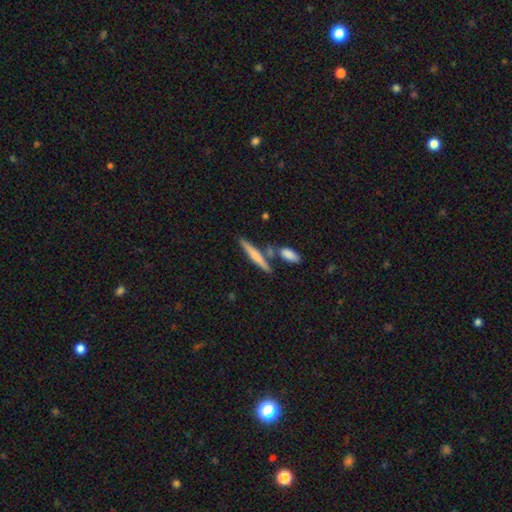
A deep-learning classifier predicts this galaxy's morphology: Overall: smooth (59%; featured or disk 35%). How rounded: cigar-shaped (89%). Merging: none (71%).